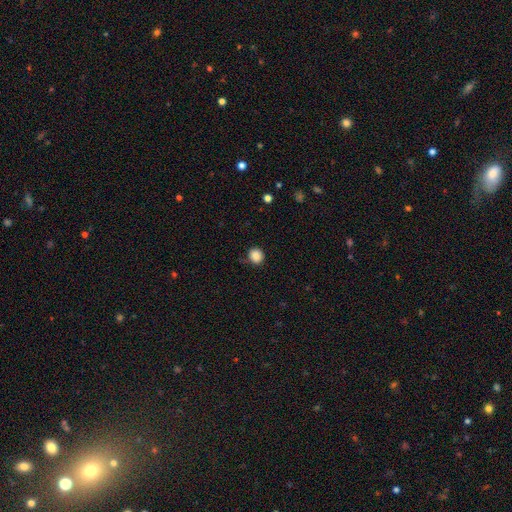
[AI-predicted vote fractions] A smooth galaxy with no disk features (87%) that is round (84%). Merging: none (84%).